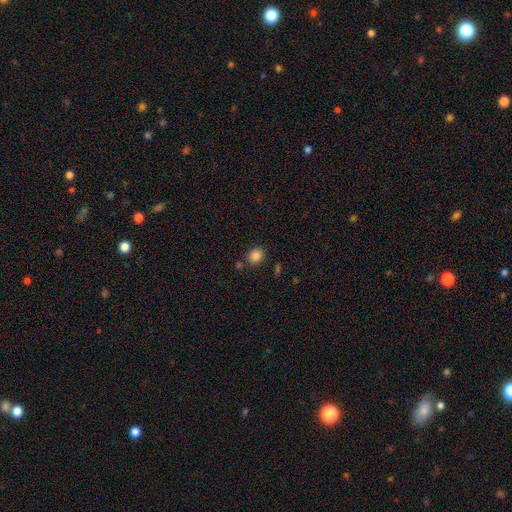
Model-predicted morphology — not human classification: Overall: smooth (84%). How rounded: round (66%; in between 33%). Merging: none (80%).